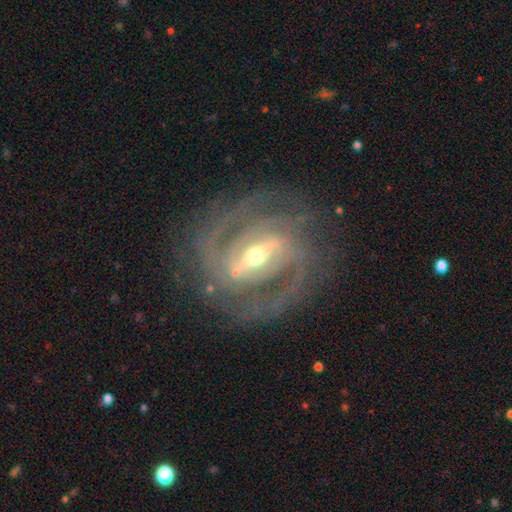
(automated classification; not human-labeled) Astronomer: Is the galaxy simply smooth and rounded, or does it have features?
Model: featured or disk — 92%.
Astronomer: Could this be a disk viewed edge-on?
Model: no — 96%.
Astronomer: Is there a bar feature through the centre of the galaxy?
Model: strong — 67%.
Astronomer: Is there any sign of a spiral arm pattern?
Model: yes — 98%.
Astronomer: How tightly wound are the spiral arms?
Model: tight — 58% (runner-up: medium, 36%).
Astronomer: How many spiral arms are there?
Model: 2 — 42% (runner-up: 3, 28%).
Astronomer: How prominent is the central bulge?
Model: moderate — 54% (runner-up: small, 40%).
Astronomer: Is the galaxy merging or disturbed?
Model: none — 78%.